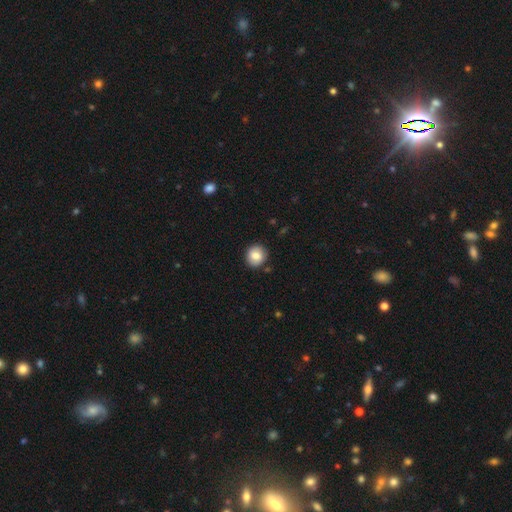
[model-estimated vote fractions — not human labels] This is clearly a smooth galaxy (83%). How rounded: clearly round (84%). Merging: clearly none (87%).